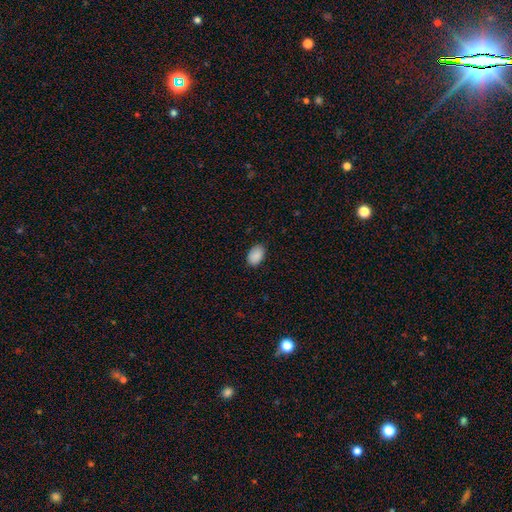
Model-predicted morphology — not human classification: A smooth galaxy with no disk features (90%) that is in between round and cigar-shaped (88%).

Vote fractions:
- Smooth or featured? smooth: 90% / star or artifact: 7% / featured or disk: 3%
- How rounded? in between: 88% / round: 11% / cigar-shaped: 1%
- Merging? none: 84% / minor disturbance: 12% / major disturbance: 2% / merger: 1%